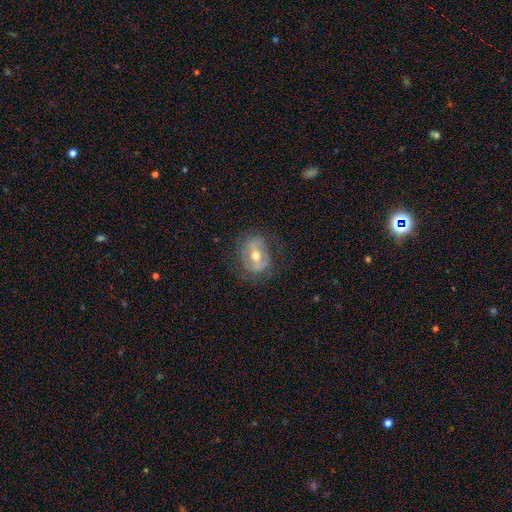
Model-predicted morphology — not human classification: A featured or disk galaxy (65%) with a strong bar (42%), no spiral arms (56%) and a moderate central bulge (75%). Merging: none (72%).